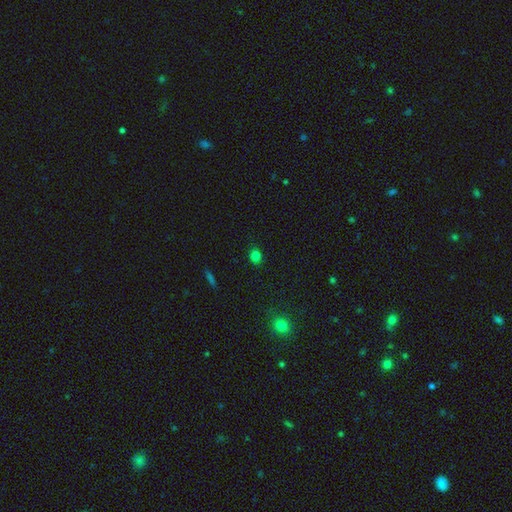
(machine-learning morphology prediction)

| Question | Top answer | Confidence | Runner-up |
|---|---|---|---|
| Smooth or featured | smooth | 76% | star or artifact (19%) |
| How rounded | round | 51% | in between (47%) |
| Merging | none | 81% | minor disturbance (13%) |